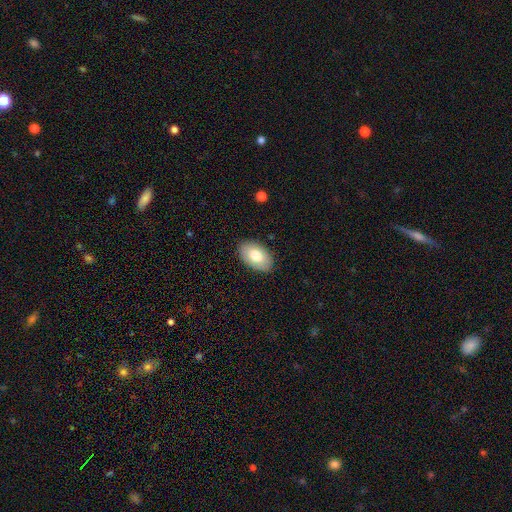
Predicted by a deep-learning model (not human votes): Morphology: type=smooth (77%); roundness=in between (93%); merging=none (88%).